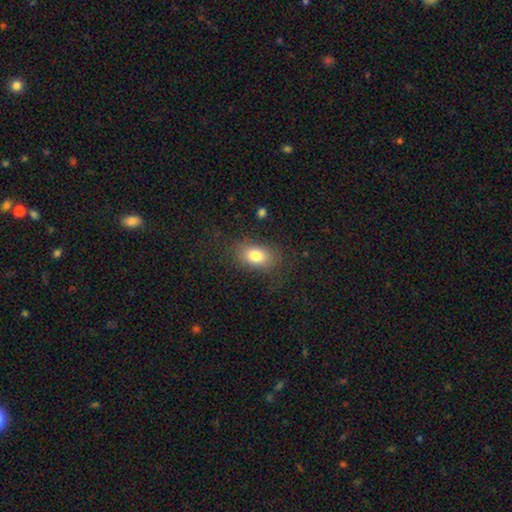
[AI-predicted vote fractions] This is likely a smooth galaxy (80%). How rounded: clearly in between (81%). Merging: likely none (78%).